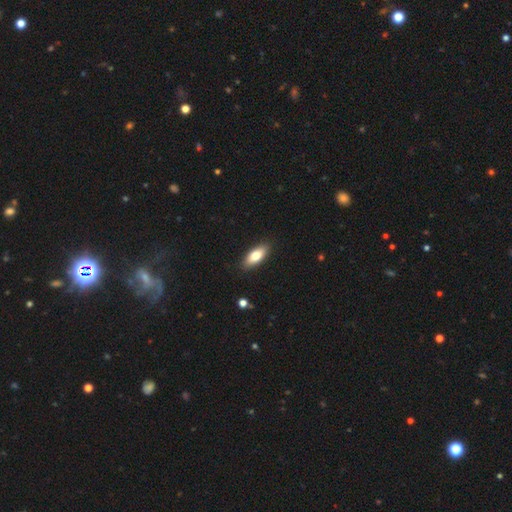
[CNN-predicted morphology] This is likely a smooth galaxy (77%). How rounded: likely in between (79%). Merging: clearly none (89%).